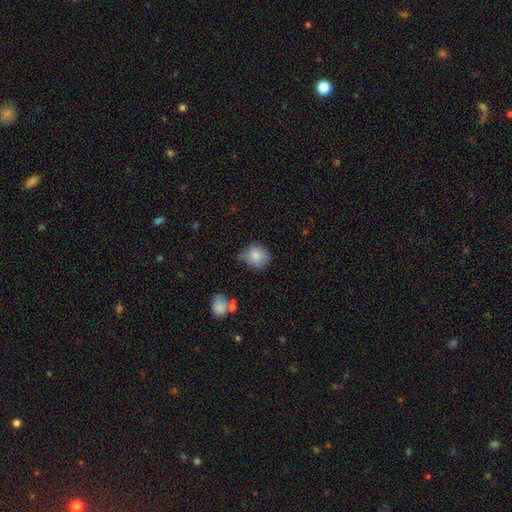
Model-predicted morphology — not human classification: Smooth or featured? smooth (81%)
How rounded? round (74%)
Merging? none (57%)